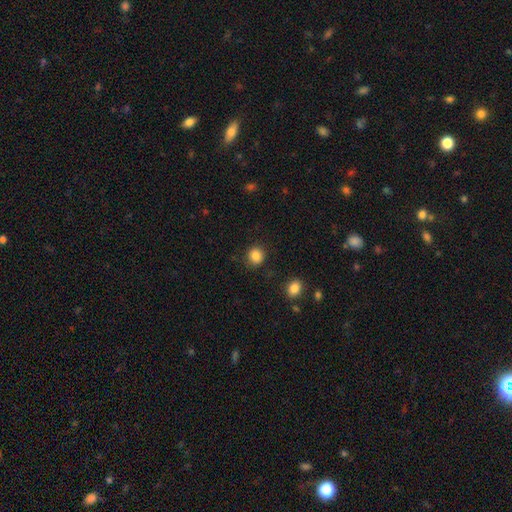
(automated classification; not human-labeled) smooth-or-featured: smooth: 86% | star or artifact: 10% | featured or disk: 4%
  how-rounded: round: 85% | in between: 14% | cigar-shaped: 1%
  merging: none: 87% | minor disturbance: 8% | major disturbance: 3% | merger: 2%